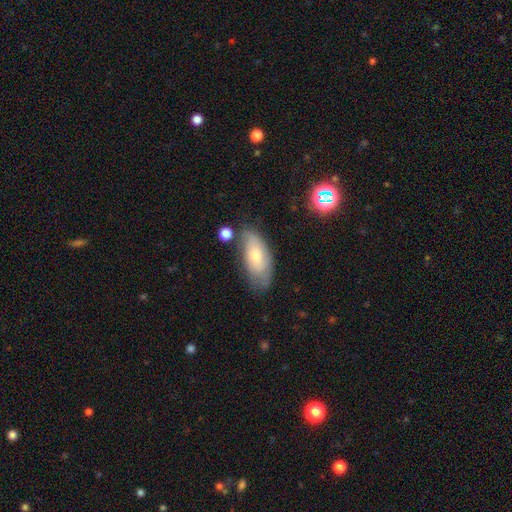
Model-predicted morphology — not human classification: Smooth or featured?
  - smooth: 57% *
  - featured or disk: 34%
  - star or artifact: 9%
How rounded?
  - in between: 87% *
  - cigar-shaped: 10%
  - round: 3%
Merging?
  - none: 62% *
  - minor disturbance: 26%
  - major disturbance: 7%
  - merger: 4%